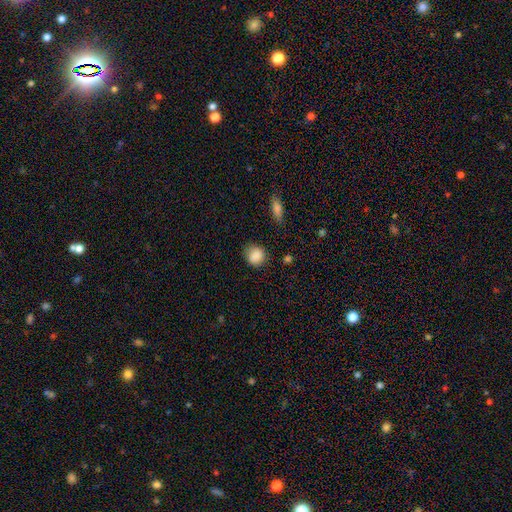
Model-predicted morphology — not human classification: Overall: smooth (87%). How rounded: round (78%). Merging: none (77%).